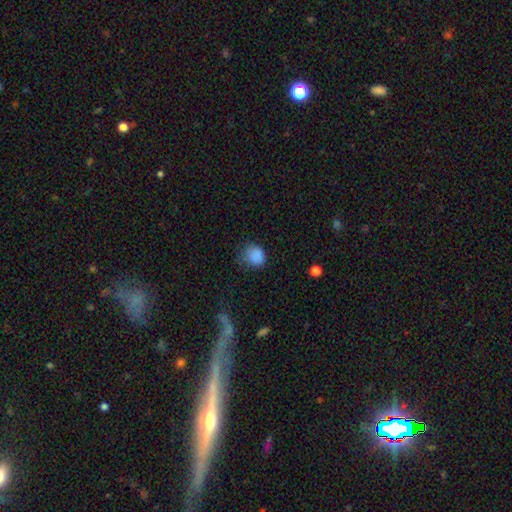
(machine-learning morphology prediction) Overall: smooth (84%). How rounded: round (64%; in between 35%). Merging: none (60%; minor disturbance 28%).